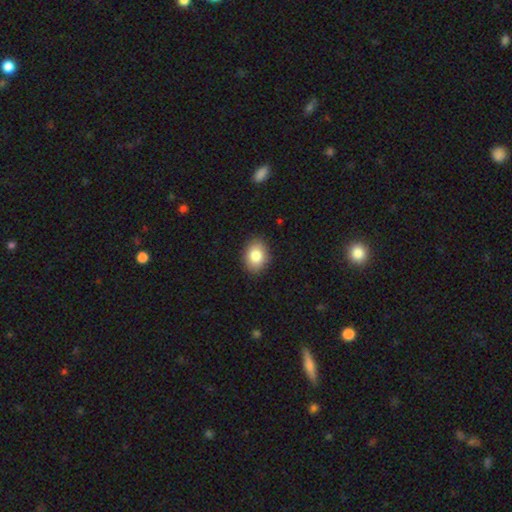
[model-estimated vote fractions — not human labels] Overall: smooth (83%). How rounded: in between (67%; round 32%). Merging: none (89%).